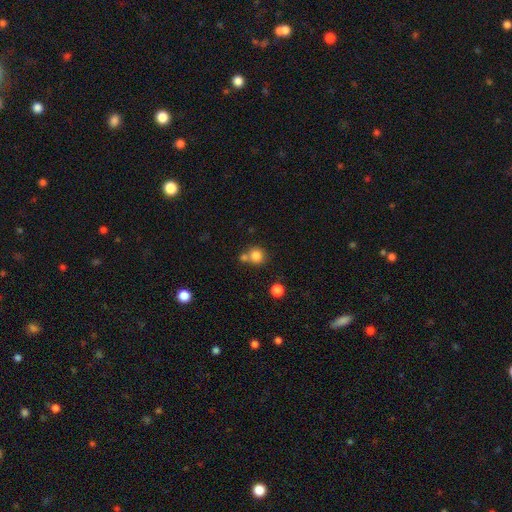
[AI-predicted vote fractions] The model was most divided on "merging": none: 58%, merger: 30%, minor disturbance: 9%, major disturbance: 4%. More confident: how rounded — round (88%); smooth or featured — smooth (82%).